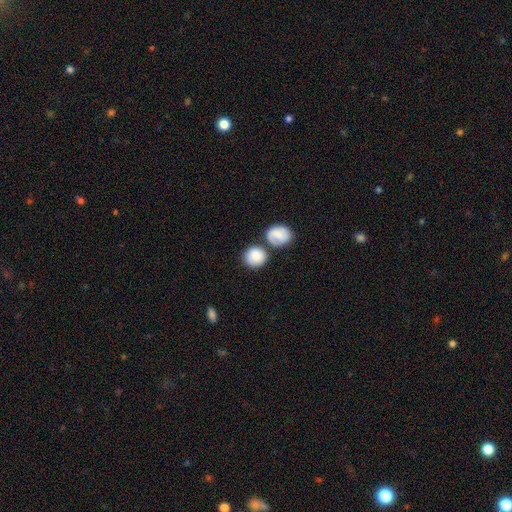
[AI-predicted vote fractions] Smooth or featured?
  - smooth: 82% *
  - featured or disk: 11%
  - star or artifact: 6%
How rounded?
  - round: 81% *
  - in between: 18%
  - cigar-shaped: 1%
Merging?
  - none: 56% *
  - merger: 25%
  - minor disturbance: 14%
  - major disturbance: 5%